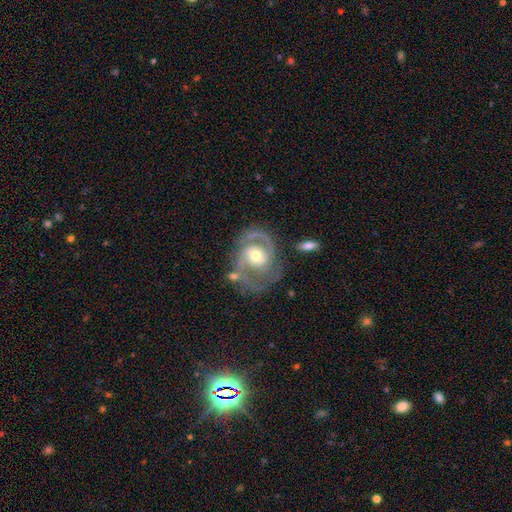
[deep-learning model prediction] Smooth or featured: featured or disk — 86% (smooth — 9%)
Edge-on disk: no — 97% (yes — 3%)
Bar: no — 57% (weak — 33%)
Spiral arms: yes — 94% (no — 6%)
Spiral winding: medium — 51% (tight — 32%)
Spiral arm count: 2 — 77% (can't tell — 8%)
Bulge size: moderate — 66% (small — 24%)
Merging: none — 57% (minor disturbance — 19%)